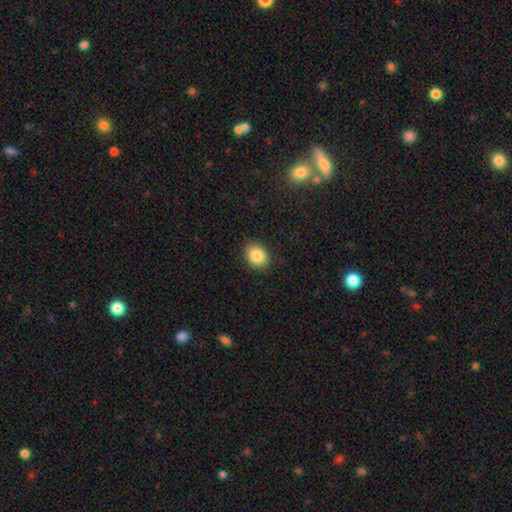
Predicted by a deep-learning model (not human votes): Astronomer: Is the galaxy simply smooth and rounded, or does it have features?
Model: smooth — 86%.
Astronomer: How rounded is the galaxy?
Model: in between — 62% (runner-up: round, 37%).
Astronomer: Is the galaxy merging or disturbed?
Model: none — 88%.